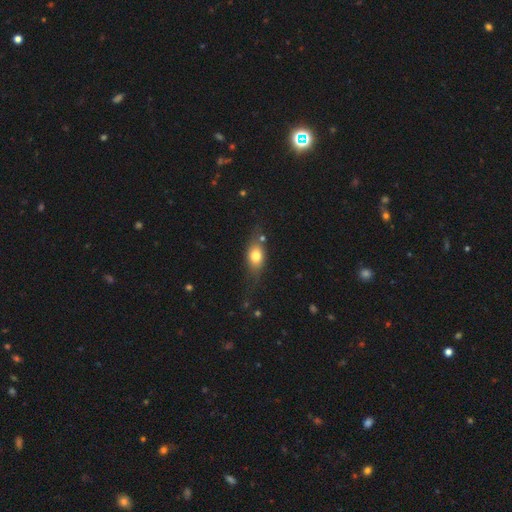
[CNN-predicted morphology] This is likely a smooth galaxy (71%). How rounded: likely in between (72%). Merging: likely none (63%).